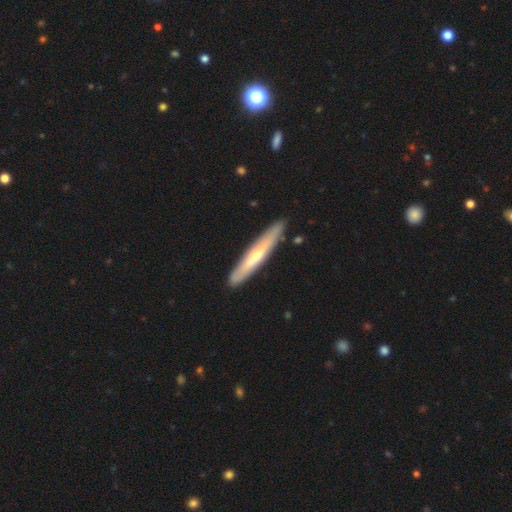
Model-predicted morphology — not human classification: Smooth or featured?
  - featured or disk: 52% *
  - smooth: 43%
  - star or artifact: 5%
Edge-on disk?
  - yes: 86% *
  - no: 14%
Merging?
  - none: 89% *
  - minor disturbance: 8%
  - merger: 2%
  - major disturbance: 2%